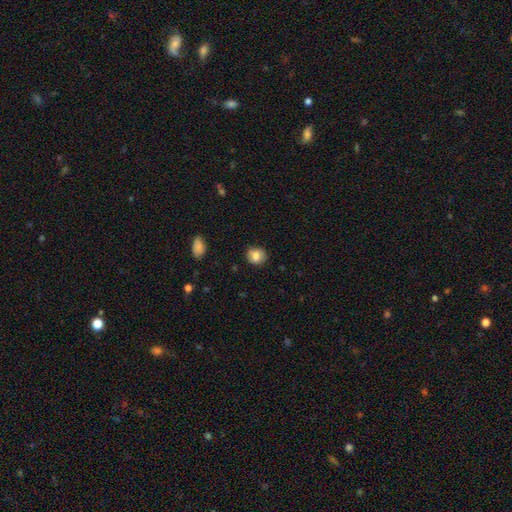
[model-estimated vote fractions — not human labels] Overall: smooth (78%). How rounded: round (73%). Merging: none (79%).